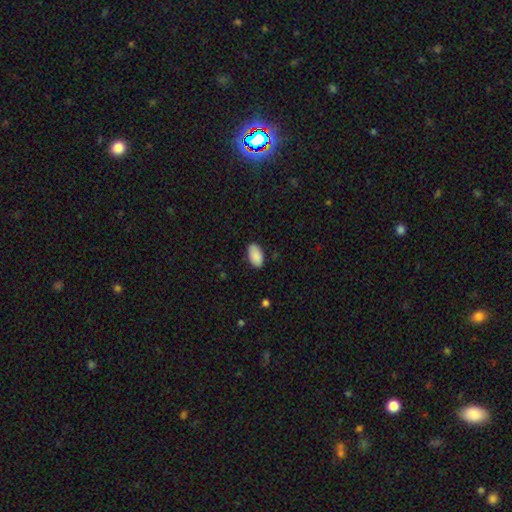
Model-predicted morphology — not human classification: This is clearly a smooth galaxy (89%). How rounded: clearly in between (95%). Merging: clearly none (84%).